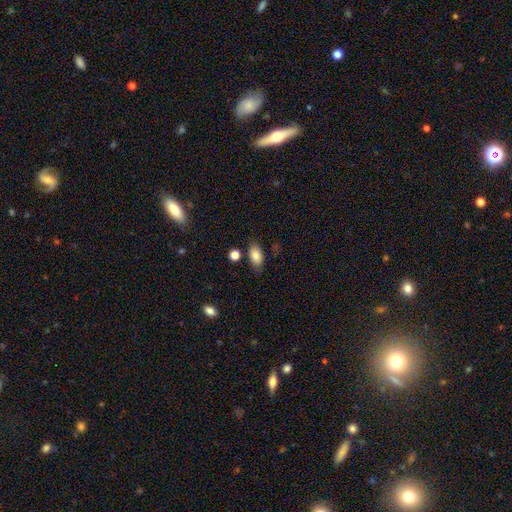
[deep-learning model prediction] A smooth galaxy with no disk features (83%) that is in between round and cigar-shaped (90%).

Vote fractions:
- Smooth or featured? smooth: 83% / featured or disk: 9% / star or artifact: 8%
- How rounded? in between: 90% / round: 7% / cigar-shaped: 2%
- Merging? none: 76% / minor disturbance: 15% / merger: 5% / major disturbance: 4%